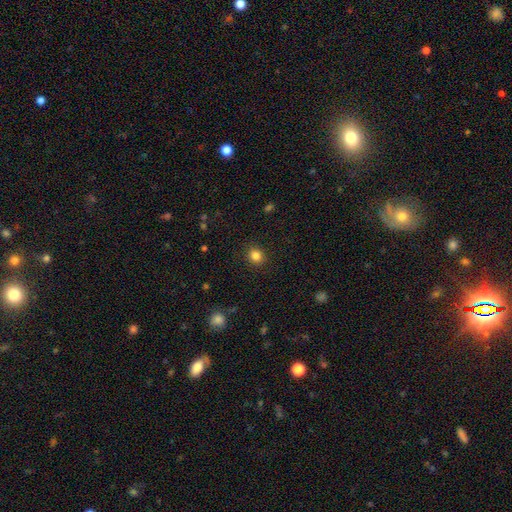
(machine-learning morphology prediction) Overall: smooth (84%). How rounded: round (80%). Merging: none (90%).